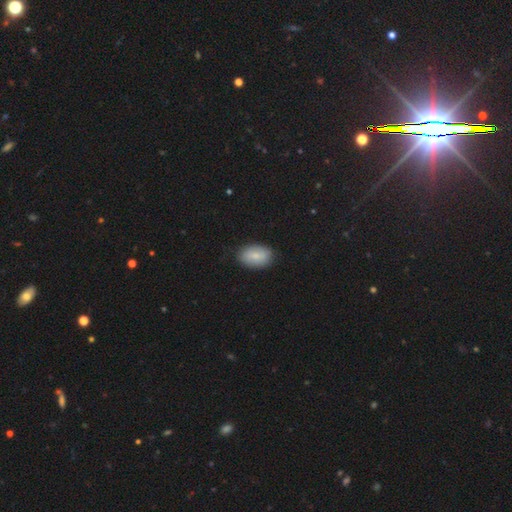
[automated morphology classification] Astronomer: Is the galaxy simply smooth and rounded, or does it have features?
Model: smooth — 80%.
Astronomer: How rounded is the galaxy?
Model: in between — 91%.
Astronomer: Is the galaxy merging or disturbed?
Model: none — 85%.